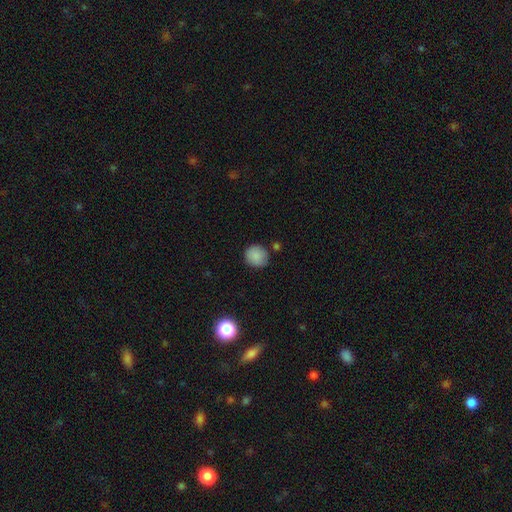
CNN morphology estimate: The model was most divided on "merging": none: 81%, minor disturbance: 12%, merger: 4%, major disturbance: 3%. More confident: smooth or featured — smooth (87%); how rounded — round (85%).